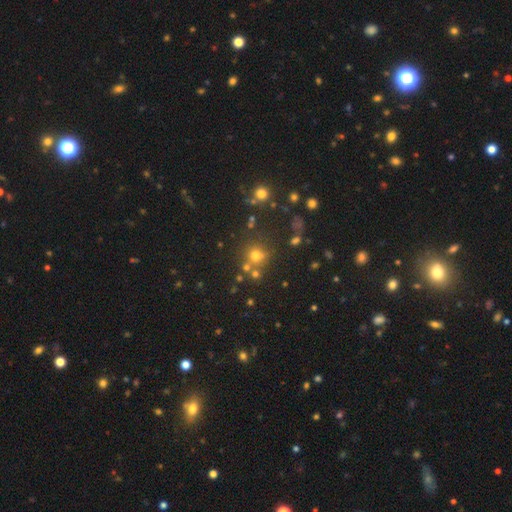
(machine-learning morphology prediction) Smooth or featured?
  - smooth: 66% *
  - star or artifact: 24%
  - featured or disk: 10%
How rounded?
  - round: 89% *
  - in between: 10%
  - cigar-shaped: 1%
Merging?
  - none: 68% *
  - merger: 16%
  - minor disturbance: 11%
  - major disturbance: 5%